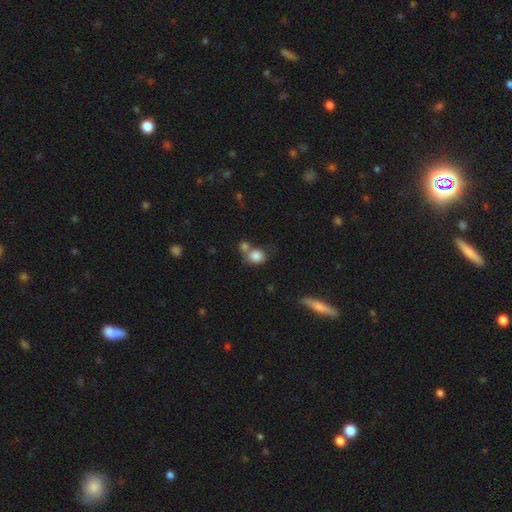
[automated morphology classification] This is clearly a smooth galaxy (83%). How rounded: likely round (68%). Merging: marginally none (45%).